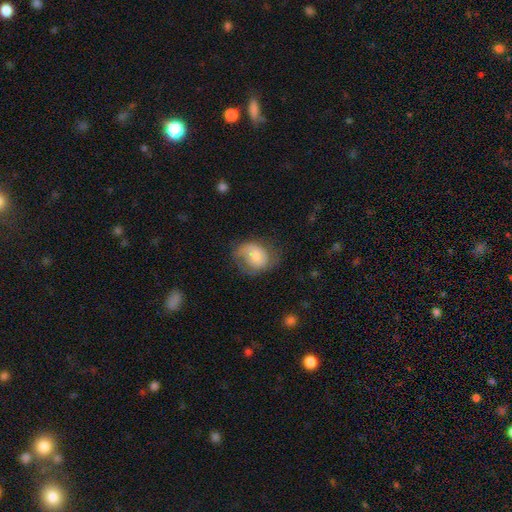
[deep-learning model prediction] A smooth galaxy with no disk features (49%).

Vote fractions:
- Smooth or featured? smooth: 49% / featured or disk: 44% / star or artifact: 8%
- Merging? none: 47% / minor disturbance: 29% / major disturbance: 22% / merger: 2%